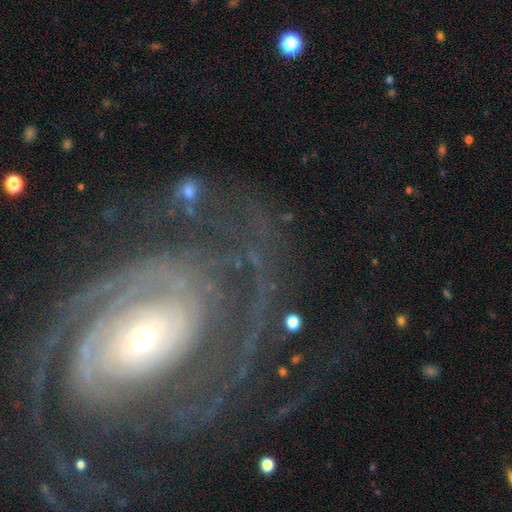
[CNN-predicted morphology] The model was most divided on "spiral arm count": can't tell: 33%, 2: 26%, 3: 14%, 4: 9%, 1: 9%, more than 4: 8%. More confident: edge-on disk — no (95%); spiral arms — yes (89%); smooth or featured — featured or disk (82%); bar — no (67%); spiral winding — tight (63%); merging — none (59%); bulge size — small (53%).